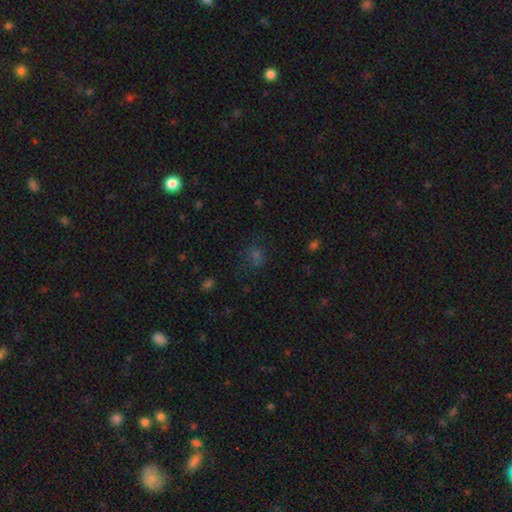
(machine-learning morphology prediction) This is possibly a smooth galaxy (49%). Merging: likely none (71%).